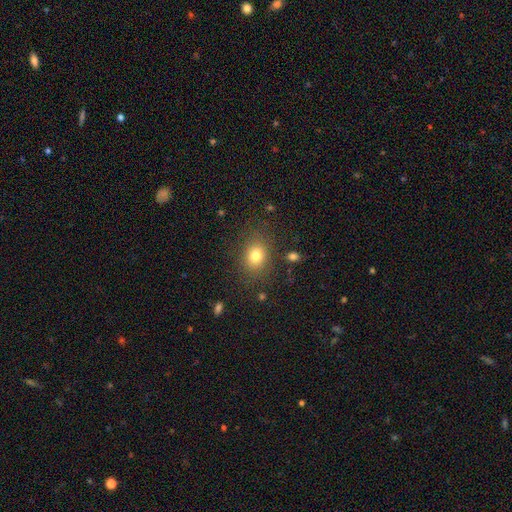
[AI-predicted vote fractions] This is likely a smooth galaxy (78%). How rounded: possibly in between (50%). Merging: clearly none (82%).